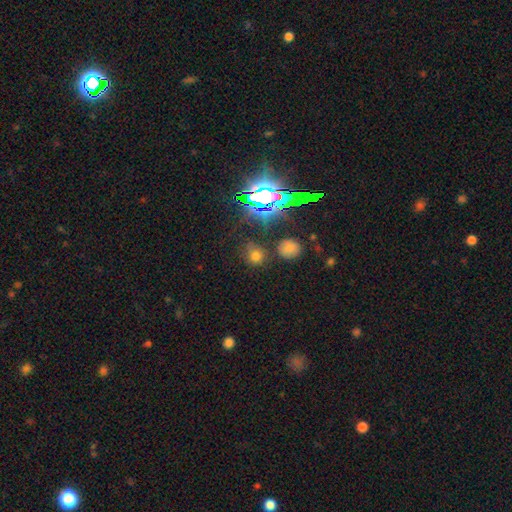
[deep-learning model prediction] A smooth galaxy with no disk features (61%) that is round (80%). Merging: none (75%).